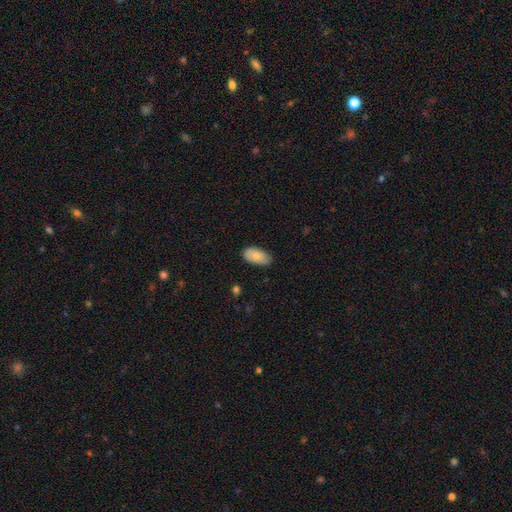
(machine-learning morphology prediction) A smooth galaxy with no disk features (81%) that is in between round and cigar-shaped (94%). Merging: none (72%).